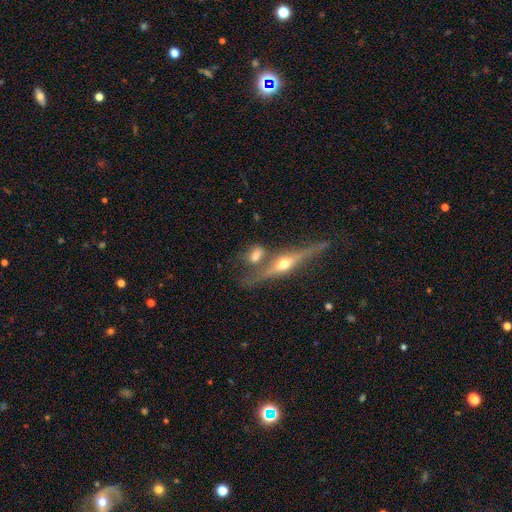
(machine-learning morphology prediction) Q: Smooth or featured?
A: featured or disk (46%); runner-up: smooth (44%)
Q: Merging?
A: none (55%); runner-up: merger (22%)